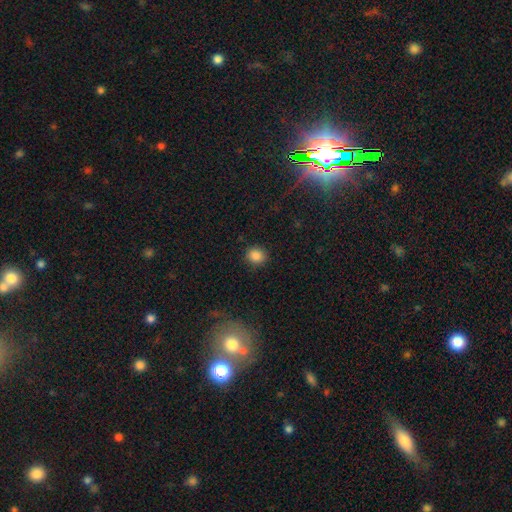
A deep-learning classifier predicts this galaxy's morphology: This is clearly a smooth galaxy (86%). How rounded: likely round (78%). Merging: clearly none (88%).